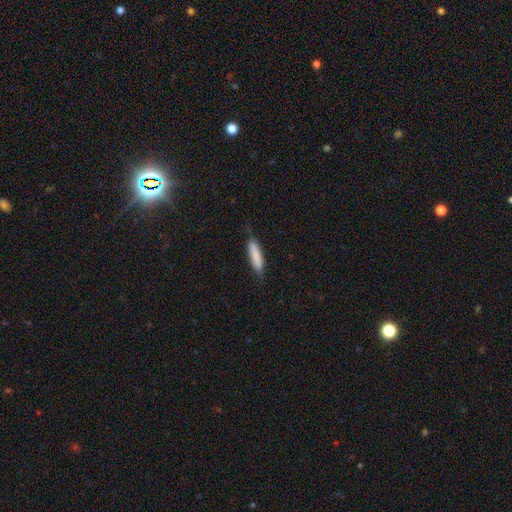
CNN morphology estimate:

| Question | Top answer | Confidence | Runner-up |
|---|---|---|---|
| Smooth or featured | smooth | 81% | featured or disk (14%) |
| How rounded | cigar-shaped | 78% | in between (21%) |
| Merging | none | 75% | minor disturbance (19%) |